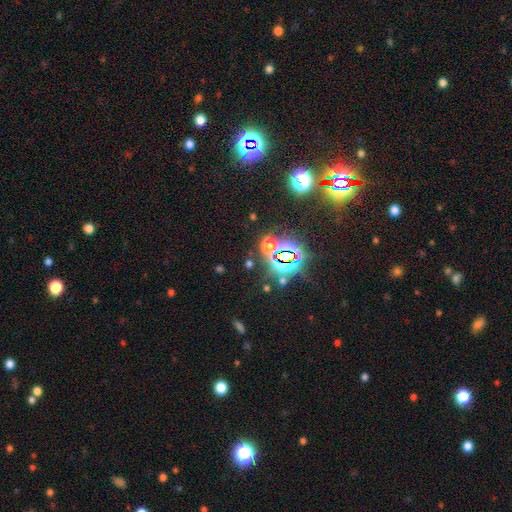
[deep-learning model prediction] Smooth or featured: star or artifact — 82% (smooth — 10%)